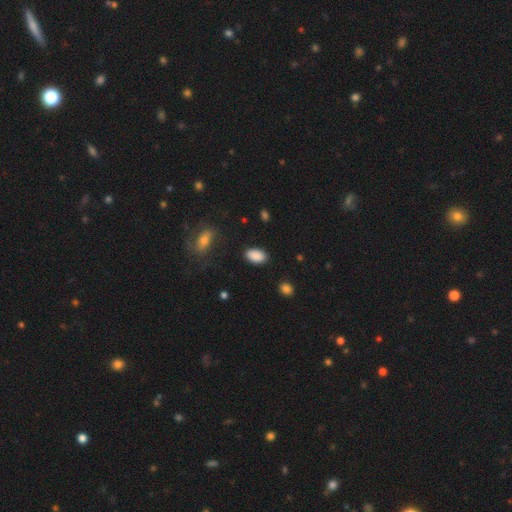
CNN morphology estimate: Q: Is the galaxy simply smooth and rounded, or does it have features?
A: smooth — 89%.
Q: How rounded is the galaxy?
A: in between — 93%.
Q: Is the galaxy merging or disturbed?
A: none — 86%.